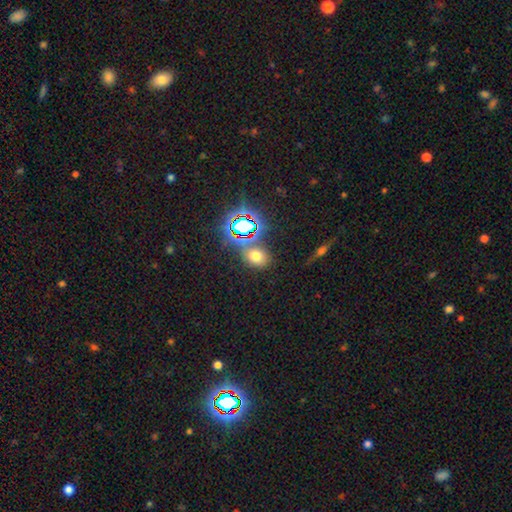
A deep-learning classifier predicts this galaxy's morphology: A smooth galaxy with no disk features (61%) that is in between round and cigar-shaped (58%).

Vote fractions:
- Smooth or featured? smooth: 61% / star or artifact: 30% / featured or disk: 9%
- How rounded? in between: 58% / round: 40% / cigar-shaped: 2%
- Merging? none: 73% / minor disturbance: 12% / merger: 9% / major disturbance: 5%